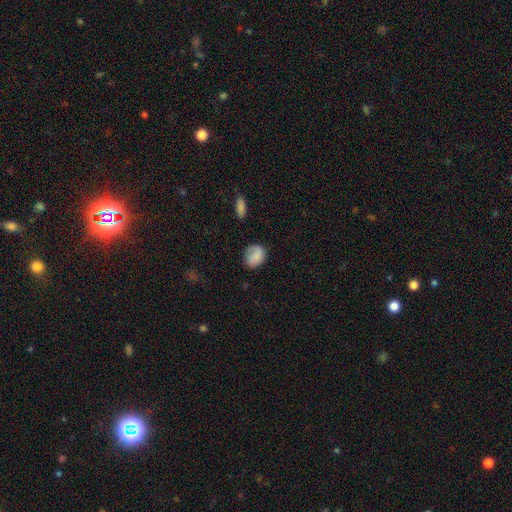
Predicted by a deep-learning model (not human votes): Morphology: type=smooth (74%); roundness=round (51%); merging=none (66%).